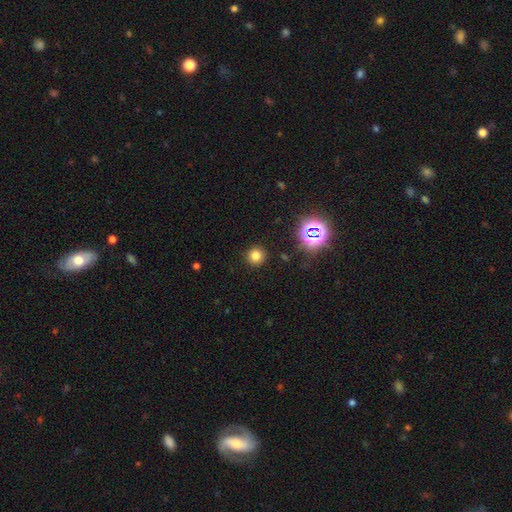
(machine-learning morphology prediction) smooth 75%, star or artifact 19%, featured or disk 6%. Down the decision tree: how rounded — round (94%); merging — none (90%).